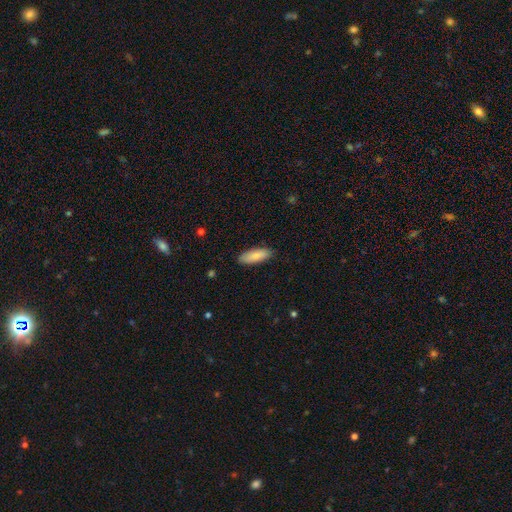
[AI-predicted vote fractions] This appears to be a smooth galaxy with no disk features (83%) that is in between round and cigar-shaped (63%). Merging: none (88%).